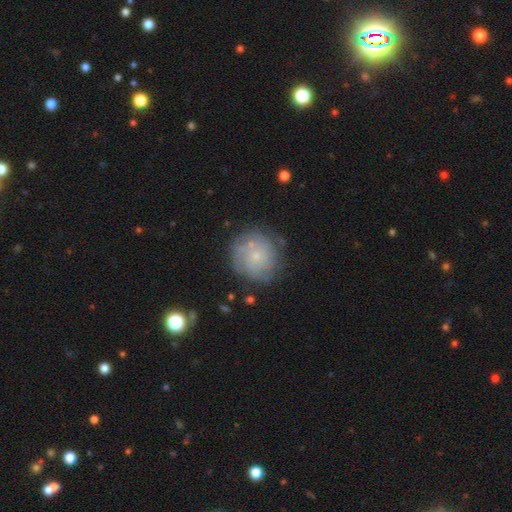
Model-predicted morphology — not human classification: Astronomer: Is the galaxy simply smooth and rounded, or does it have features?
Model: featured or disk — 58% (runner-up: smooth, 33%).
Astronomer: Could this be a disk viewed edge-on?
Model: no — 98%.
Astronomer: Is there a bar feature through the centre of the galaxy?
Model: no — 85%.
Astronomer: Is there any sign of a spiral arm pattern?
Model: yes — 79%.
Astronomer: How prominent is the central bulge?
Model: small — 81%.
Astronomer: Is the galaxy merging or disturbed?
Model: none — 75%.